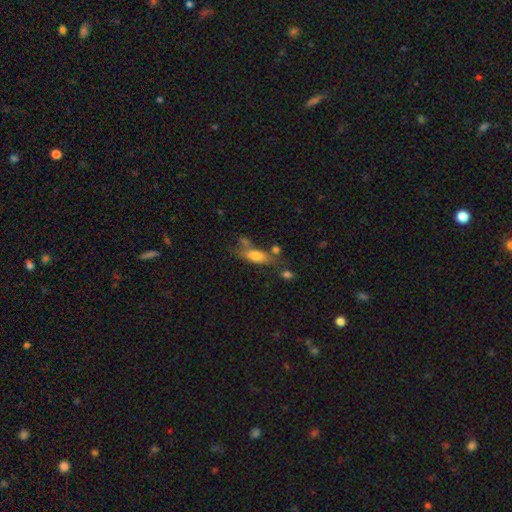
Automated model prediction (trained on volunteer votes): Overall: smooth (71%). How rounded: in between (70%). Merging: none (46%; minor disturbance 21%).